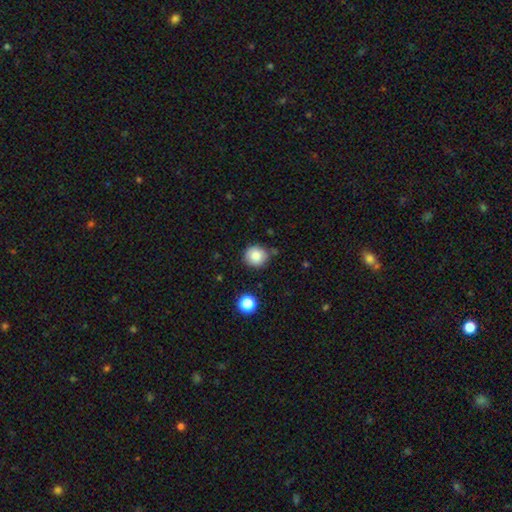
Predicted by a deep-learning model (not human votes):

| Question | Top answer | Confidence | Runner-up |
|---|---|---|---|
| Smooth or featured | smooth | 83% | star or artifact (10%) |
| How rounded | round | 91% | in between (8%) |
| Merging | none | 80% | minor disturbance (12%) |